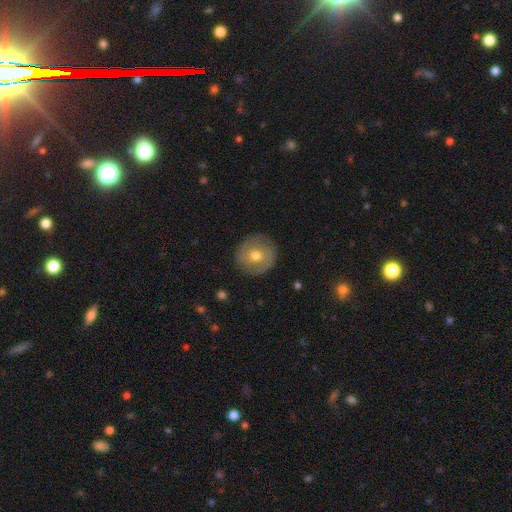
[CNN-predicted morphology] smooth_or_featured: featured or disk (p=0.47) [alt: smooth p=0.45]
merging: none (p=0.85) [alt: minor disturbance p=0.10]